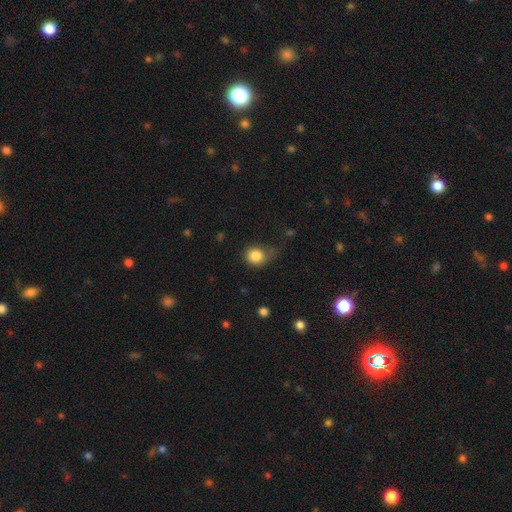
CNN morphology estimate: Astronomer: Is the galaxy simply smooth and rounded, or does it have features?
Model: smooth — 84%.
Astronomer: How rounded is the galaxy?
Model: round — 78%.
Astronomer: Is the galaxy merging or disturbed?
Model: none — 51% (runner-up: minor disturbance, 32%).